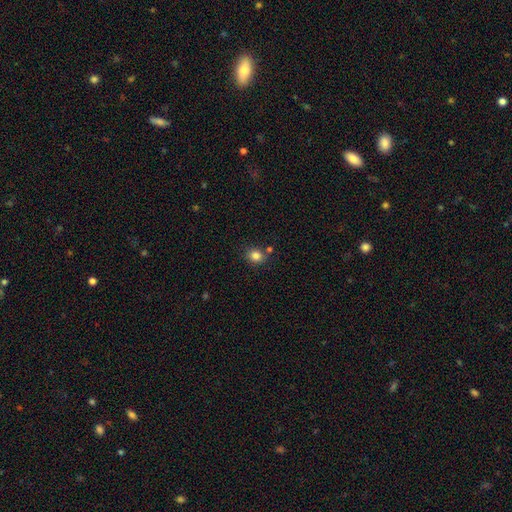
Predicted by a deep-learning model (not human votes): Smooth or featured? smooth (83%)
How rounded? round (72%)
Merging? none (76%)